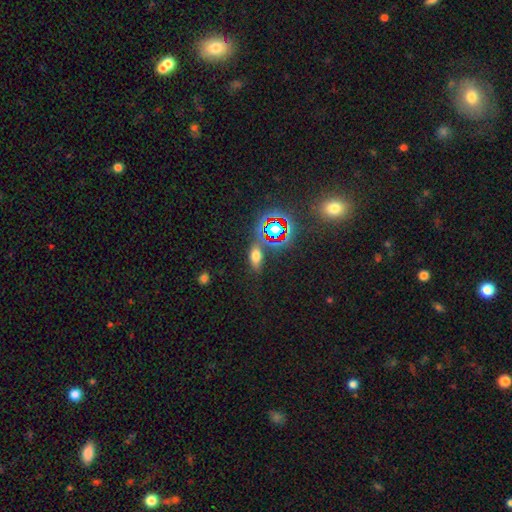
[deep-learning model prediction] Overall: smooth (59%; star or artifact 27%). How rounded: in between (76%). Merging: none (76%).